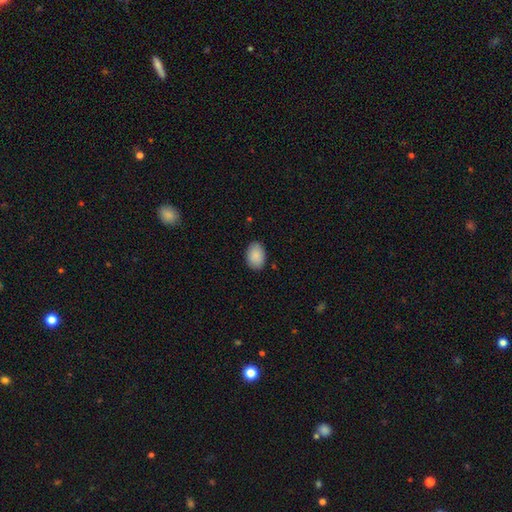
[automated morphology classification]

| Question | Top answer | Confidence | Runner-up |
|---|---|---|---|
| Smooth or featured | smooth | 90% | star or artifact (7%) |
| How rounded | in between | 83% | round (16%) |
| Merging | none | 87% | minor disturbance (10%) |